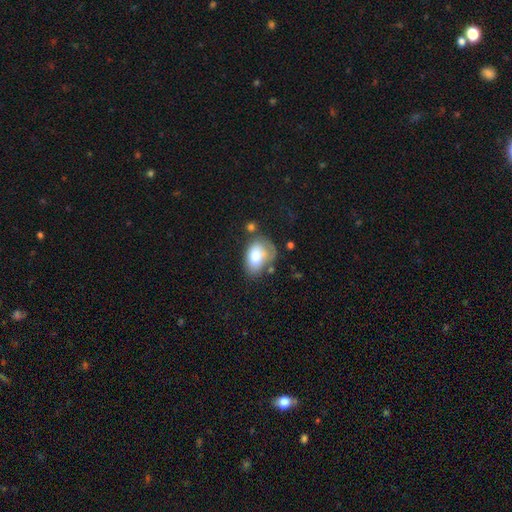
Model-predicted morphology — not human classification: smooth 73%, featured or disk 20%, star or artifact 7%. Down the decision tree: how rounded — in between (84%); merging — none (41%).